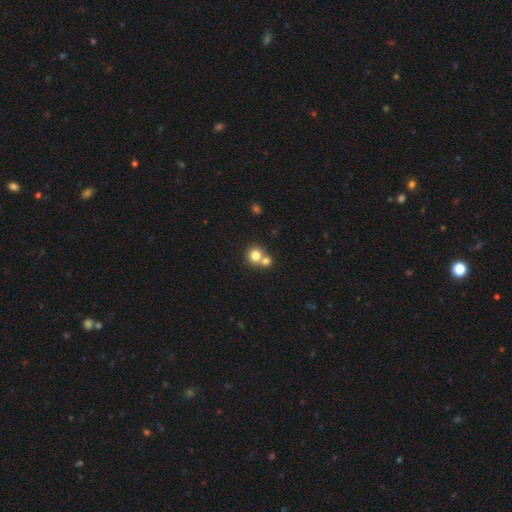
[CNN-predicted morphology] smooth_or_featured: smooth (p=0.78) [alt: star or artifact p=0.11]
how_rounded: round (p=0.86) [alt: in between p=0.13]
merging: merger (p=0.49) [alt: none p=0.43]